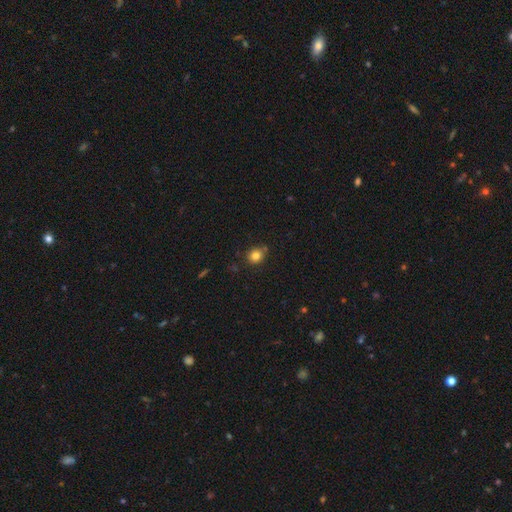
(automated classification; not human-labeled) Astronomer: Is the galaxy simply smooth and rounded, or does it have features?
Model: smooth — 81%.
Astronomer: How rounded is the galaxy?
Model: round — 76%.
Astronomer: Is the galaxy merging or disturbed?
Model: none — 76%.